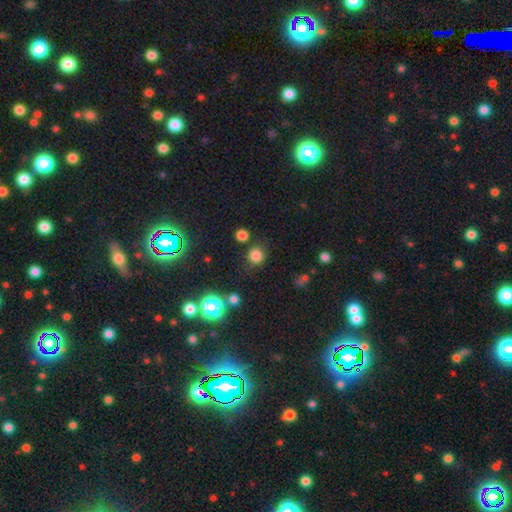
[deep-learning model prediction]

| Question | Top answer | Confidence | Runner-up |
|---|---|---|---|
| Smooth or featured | smooth | 77% | star or artifact (18%) |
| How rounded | round | 90% | in between (9%) |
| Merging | none | 79% | minor disturbance (10%) |